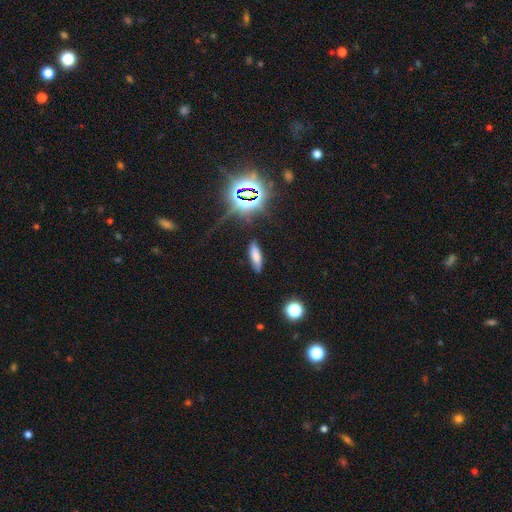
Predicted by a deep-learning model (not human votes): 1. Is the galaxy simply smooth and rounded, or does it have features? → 68% smooth, 19% star or artifact, 13% featured or disk.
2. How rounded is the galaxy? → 49% cigar-shaped, 48% in between, 3% round.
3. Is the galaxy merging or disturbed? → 82% none, 13% minor disturbance, 3% major disturbance, 2% merger.